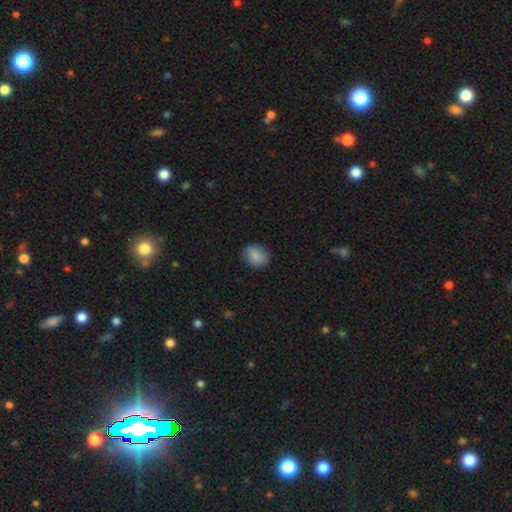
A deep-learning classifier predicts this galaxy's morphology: Smooth or featured? Predicted: smooth (p=0.84). How rounded? Predicted: round (p=0.68). Merging? Predicted: none (p=0.83).